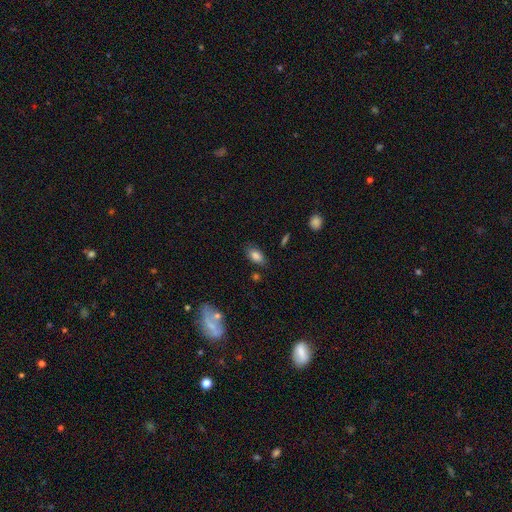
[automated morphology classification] Smooth or featured: smooth — 84% (star or artifact — 9%)
How rounded: in between — 90% (round — 6%)
Merging: none — 80% (minor disturbance — 14%)